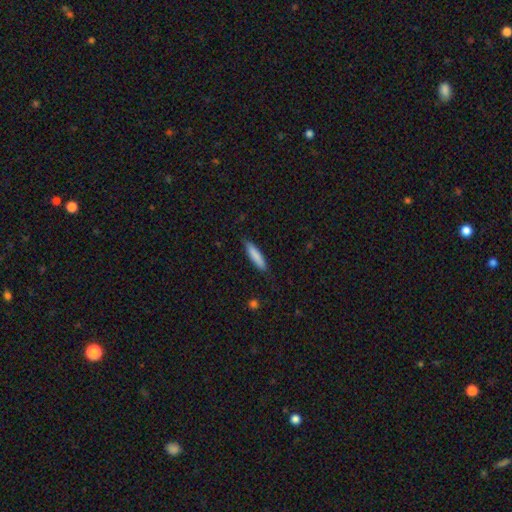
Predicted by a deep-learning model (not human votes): Morphology: type=smooth (83%); roundness=cigar-shaped (81%); merging=none (84%).